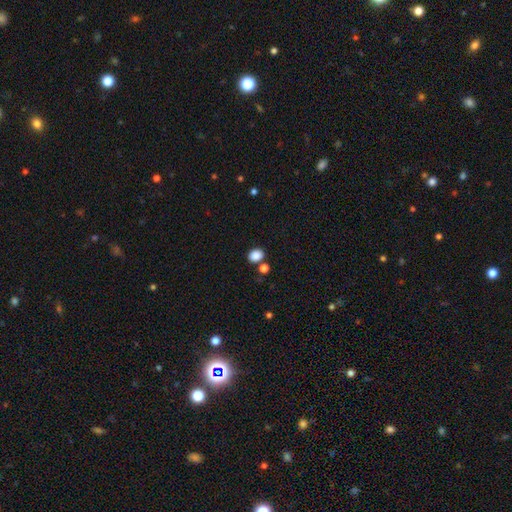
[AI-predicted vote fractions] The model was most divided on "how rounded": in between: 54%, round: 46%, cigar-shaped: 1%. More confident: smooth or featured — smooth (86%); merging — none (76%).